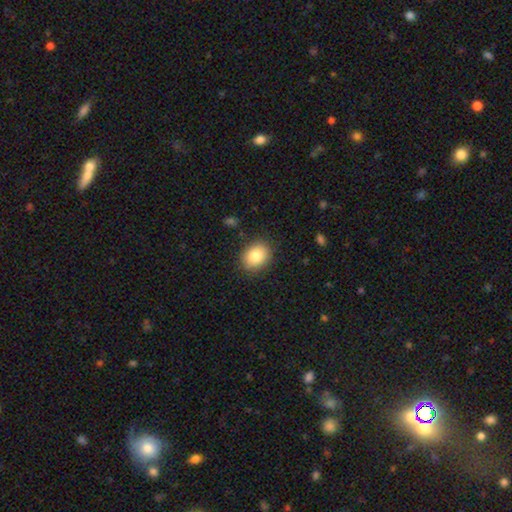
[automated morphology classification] A smooth galaxy with no disk features (84%) that is in between round and cigar-shaped (53%). Merging: none (87%).